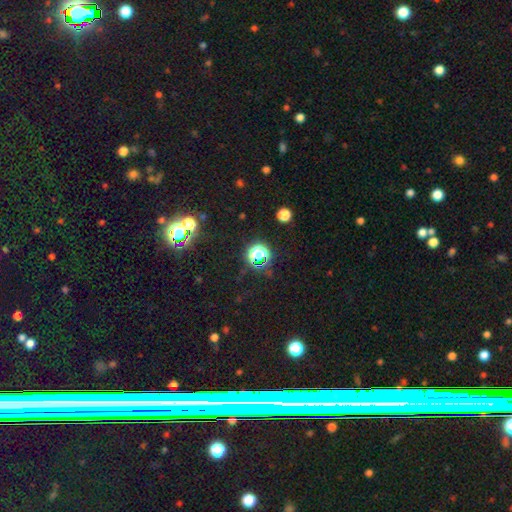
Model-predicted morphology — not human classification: Q: Smooth or featured?
A: star or artifact (64%); runner-up: smooth (26%)